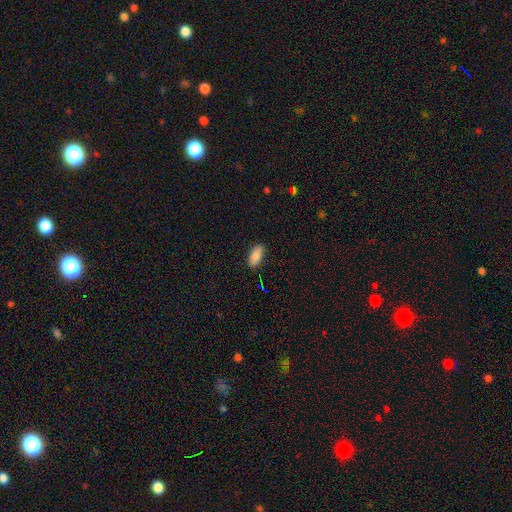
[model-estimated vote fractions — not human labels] Smooth or featured? smooth (85%)
How rounded? in between (89%)
Merging? none (87%)